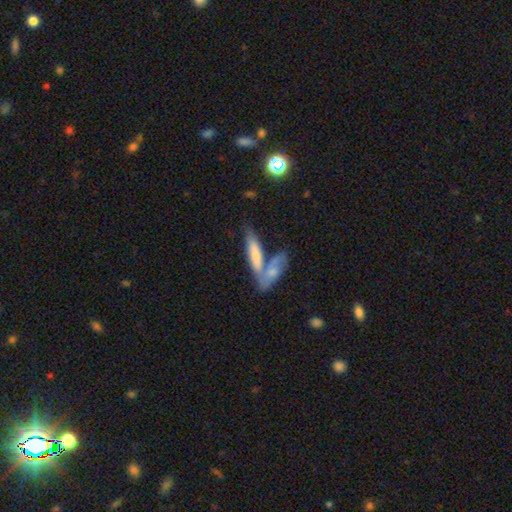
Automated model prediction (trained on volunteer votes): The model was most divided on "merging": merger: 50%, none: 36%, minor disturbance: 10%, major disturbance: 4%. More confident: how rounded — cigar-shaped (63%); smooth or featured — smooth (62%).